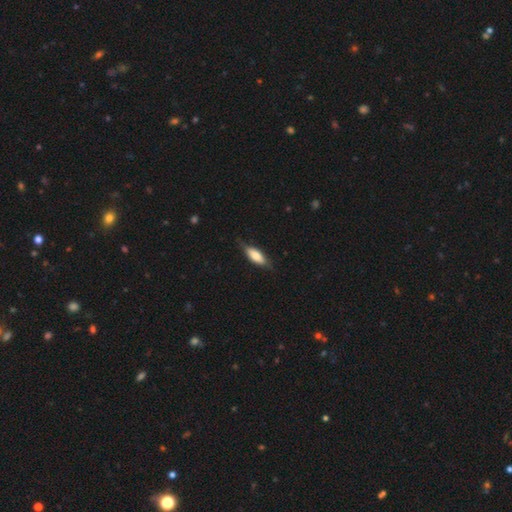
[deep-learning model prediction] Overall: smooth (68%). How rounded: in between (71%). Merging: none (71%).